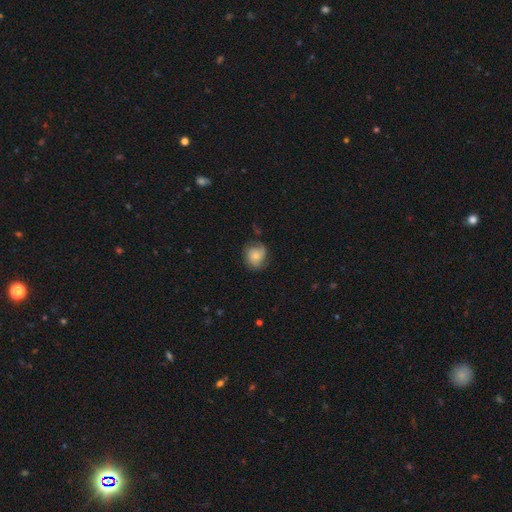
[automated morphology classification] type=smooth (46%); merging=none (61%).